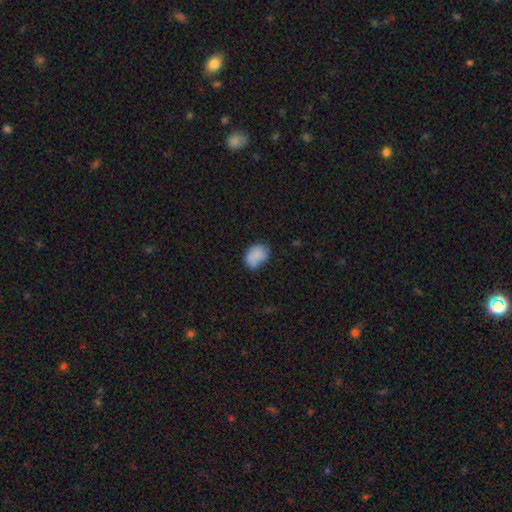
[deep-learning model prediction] The model was most divided on "merging": none: 62%, minor disturbance: 29%, major disturbance: 7%, merger: 3%. More confident: smooth or featured — smooth (85%); how rounded — in between (73%).